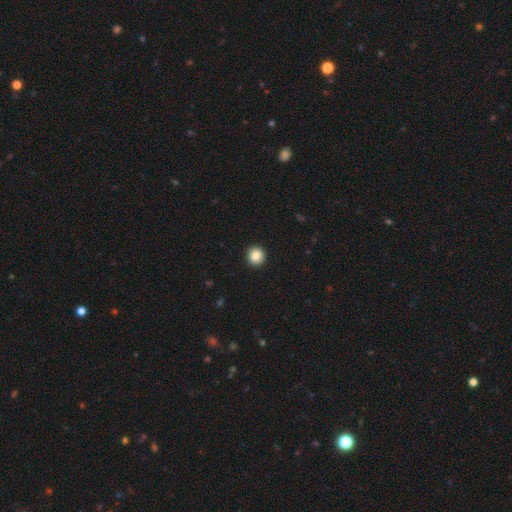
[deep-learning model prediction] Smooth or featured: smooth — 85% (star or artifact — 9%)
How rounded: round — 95% (in between — 4%)
Merging: none — 94% (minor disturbance — 4%)